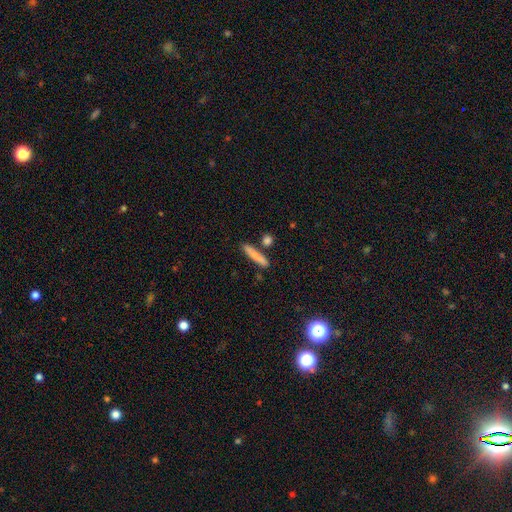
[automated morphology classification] smooth-or-featured: smooth: 78% | featured or disk: 15% | star or artifact: 7%
  how-rounded: cigar-shaped: 89% | in between: 8% | round: 3%
  merging: none: 80% | minor disturbance: 10% | merger: 8% | major disturbance: 3%